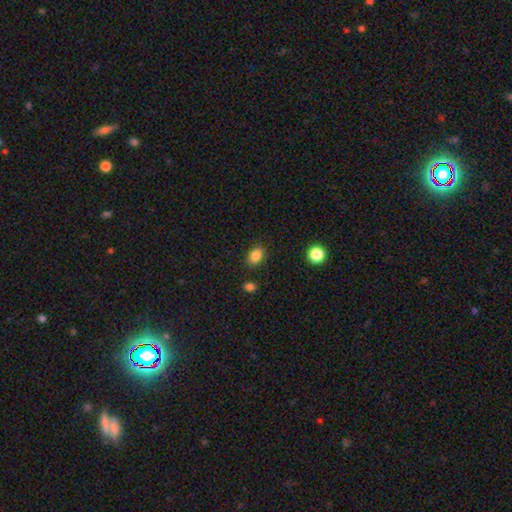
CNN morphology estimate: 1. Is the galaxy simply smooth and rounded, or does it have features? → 84% smooth, 10% star or artifact, 5% featured or disk.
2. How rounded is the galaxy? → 72% in between, 27% round, 1% cigar-shaped.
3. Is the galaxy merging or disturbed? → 86% none, 9% minor disturbance, 3% major disturbance, 3% merger.